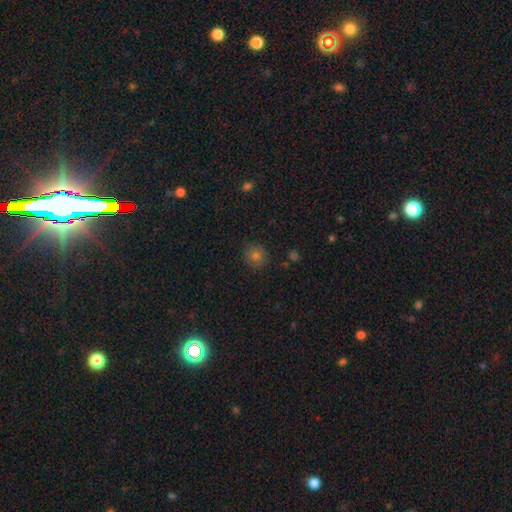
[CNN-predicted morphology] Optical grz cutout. It shows a smooth galaxy with no disk features (76%) that is round (90%). Merging: none (88%).